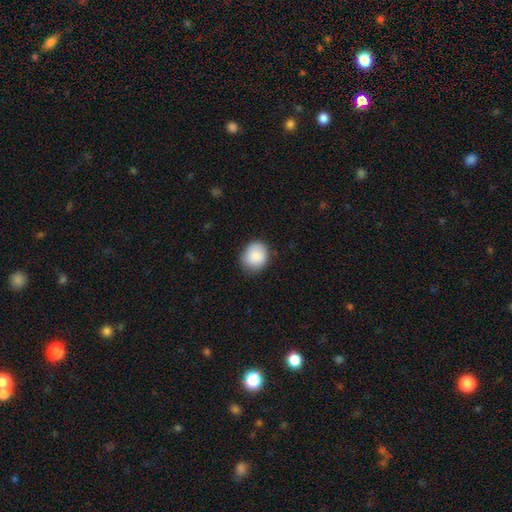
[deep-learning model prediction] Smooth or featured? Predicted: smooth (p=0.88). How rounded? Predicted: round (p=0.66). Merging? Predicted: none (p=0.78).